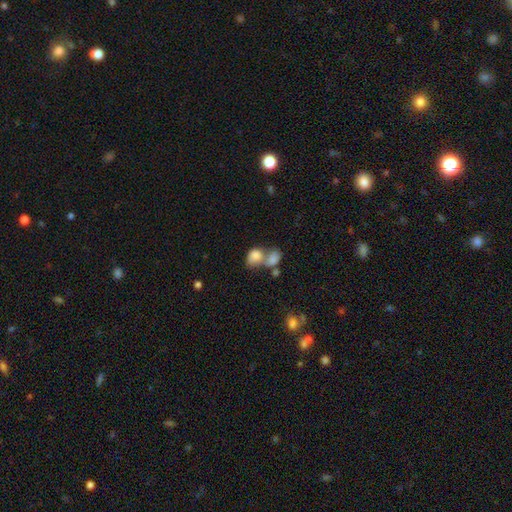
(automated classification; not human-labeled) Smooth or featured? Predicted: smooth (p=0.80). How rounded? Predicted: in between (p=0.64). Merging? Predicted: merger (p=0.66).